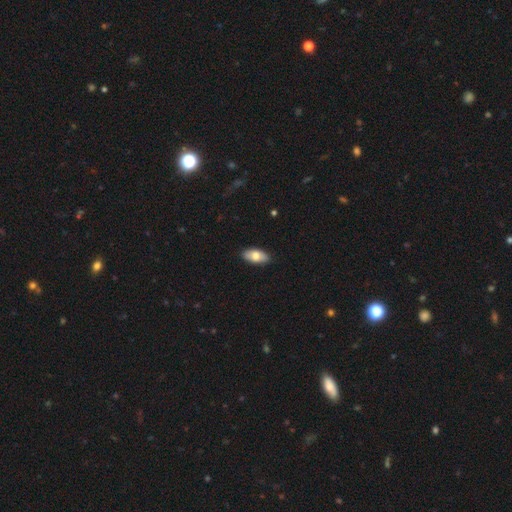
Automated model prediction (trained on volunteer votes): The model was most divided on "smooth or featured": smooth: 74%, featured or disk: 20%, star or artifact: 6%. More confident: how rounded — in between (91%); merging — none (87%).